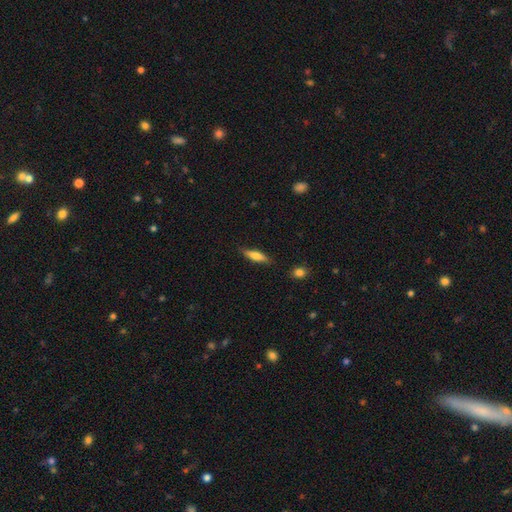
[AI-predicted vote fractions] smooth_or_featured: smooth (p=0.70) [alt: featured or disk p=0.24]
how_rounded: cigar-shaped (p=0.63) [alt: in between p=0.35]
merging: none (p=0.82) [alt: minor disturbance p=0.13]